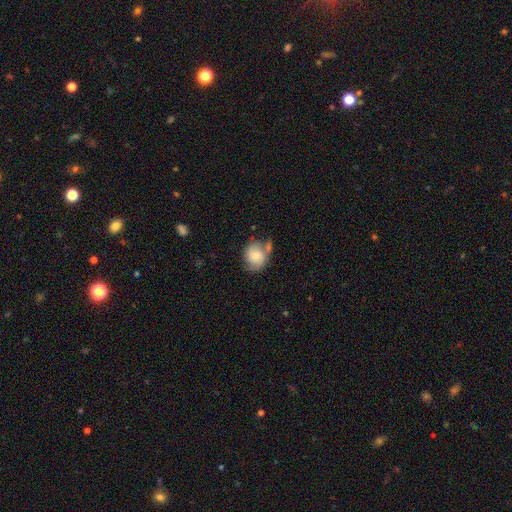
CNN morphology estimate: Smooth or featured? smooth (62%)
How rounded? round (70%)
Merging? none (46%)